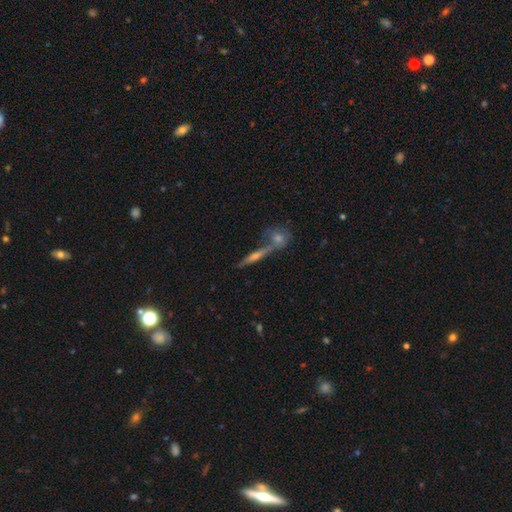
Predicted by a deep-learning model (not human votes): A featured or disk galaxy (65%) viewed edge-on (93%) with a rounded central bulge (79%). Merging: none (64%).